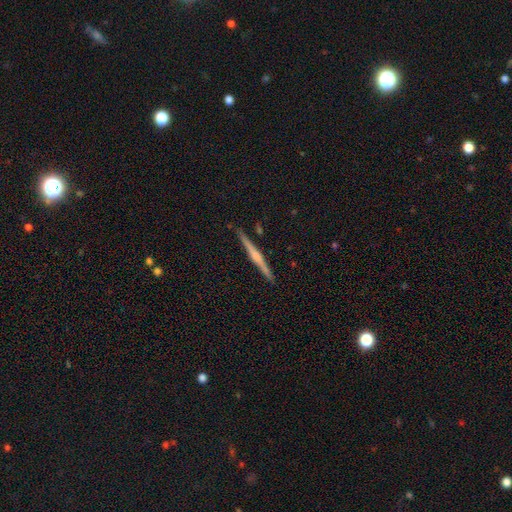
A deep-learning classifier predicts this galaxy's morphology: A featured or disk galaxy (72%) viewed edge-on (98%) with a rounded central bulge (68%). Merging: none (91%).